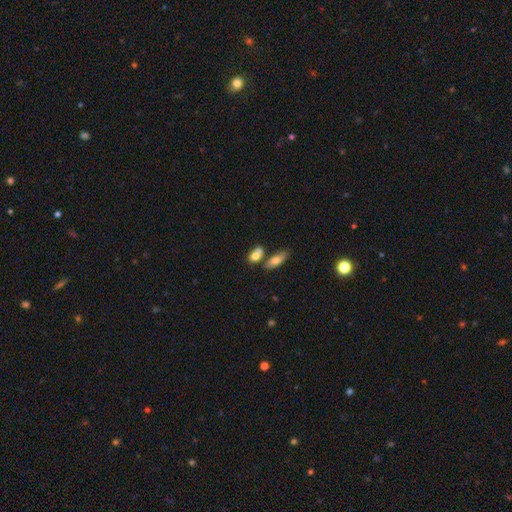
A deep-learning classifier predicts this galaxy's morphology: smooth 76%, featured or disk 16%, star or artifact 8%. Down the decision tree: how rounded — in between (73%); merging — merger (44%).